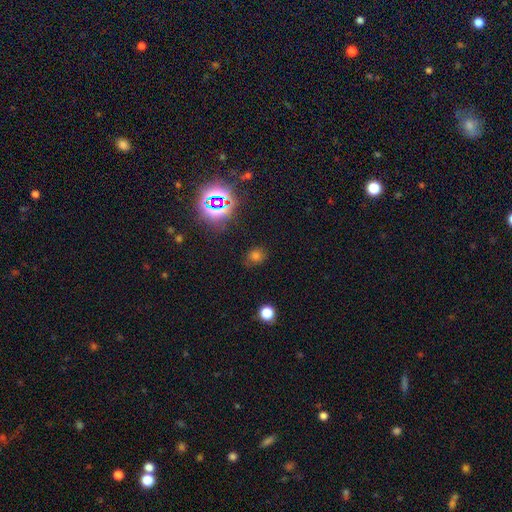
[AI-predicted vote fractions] Smooth or featured: smooth — 60% (star or artifact — 32%)
How rounded: round — 65% (in between — 33%)
Merging: none — 78% (minor disturbance — 15%)